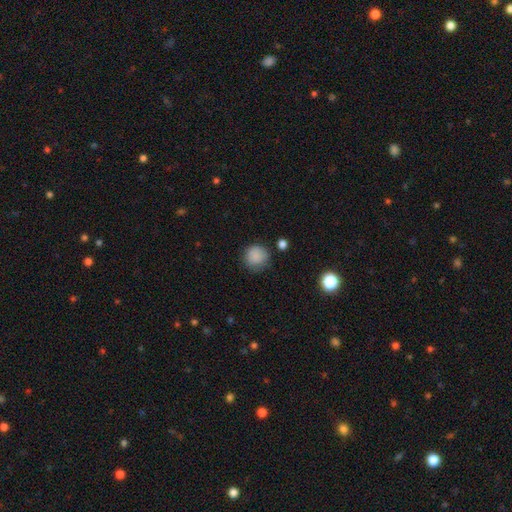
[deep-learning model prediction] Smooth or featured: smooth — 85% (star or artifact — 9%)
How rounded: round — 90% (in between — 9%)
Merging: none — 73% (minor disturbance — 19%)